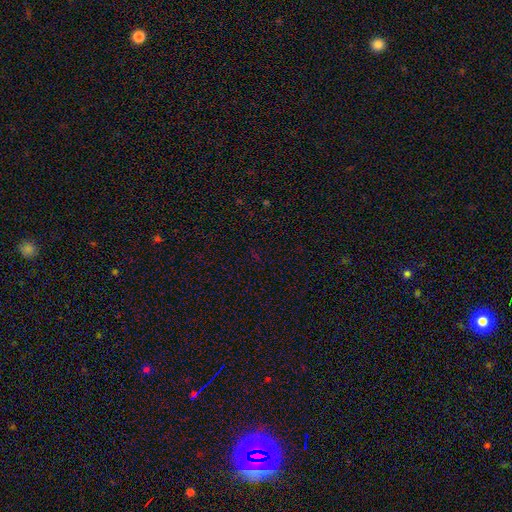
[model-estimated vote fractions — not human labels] smooth-or-featured: star or artifact: 72% | smooth: 20% | featured or disk: 8%